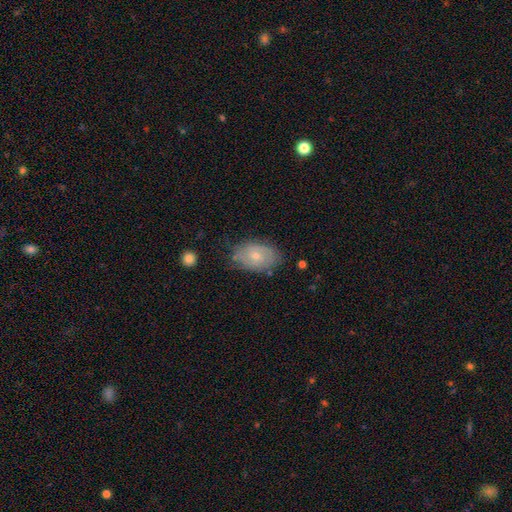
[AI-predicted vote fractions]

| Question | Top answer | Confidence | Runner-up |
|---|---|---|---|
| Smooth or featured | smooth | 53% | featured or disk (40%) |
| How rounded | in between | 86% | round (12%) |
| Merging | none | 74% | minor disturbance (20%) |